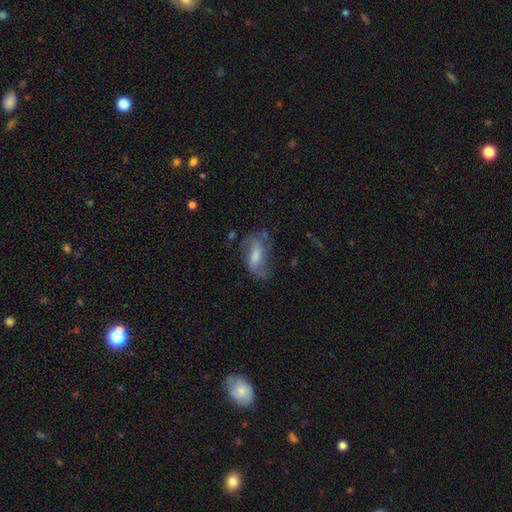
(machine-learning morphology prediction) A featured or disk galaxy (62%) with a weak bar (46%), spiral arms (86%) and a moderate central bulge (37%).

Vote fractions:
- Smooth or featured? featured or disk: 62% / smooth: 29% / star or artifact: 9%
- Edge-on disk? no: 93% / yes: 7%
- Bar? weak: 46% / no: 32% / strong: 22%
- Spiral arms? yes: 86% / no: 14%
- Bulge size? moderate: 37% / small: 22% / large: 19% / none: 19% / dominant: 2%
- Merging? none: 54% / minor disturbance: 23% / major disturbance: 19% / merger: 3%